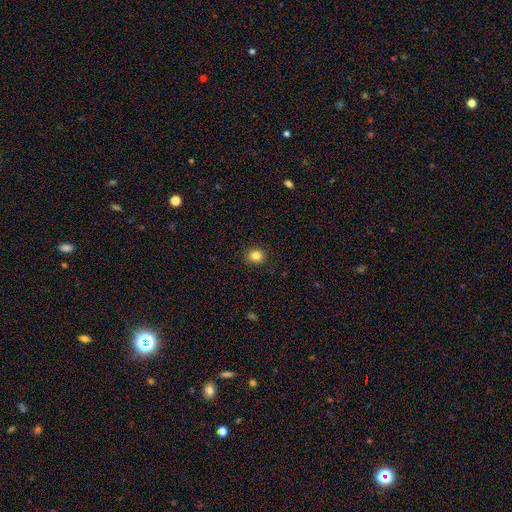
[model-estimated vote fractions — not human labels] Overall: smooth (84%). How rounded: round (78%). Merging: none (91%).